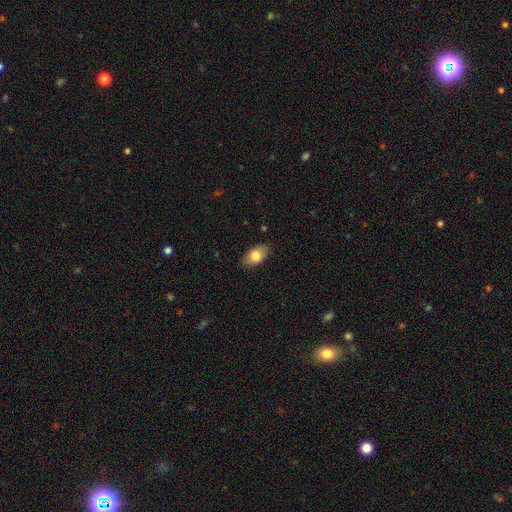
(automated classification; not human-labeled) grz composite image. It shows a smooth galaxy with no disk features (79%) that is in between round and cigar-shaped (93%). Merging: none (85%).